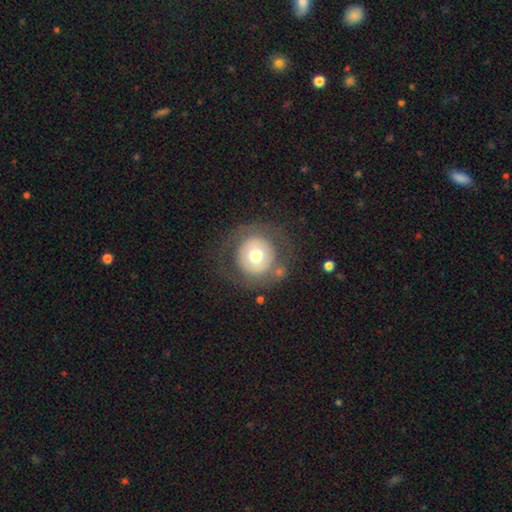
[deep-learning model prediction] Smooth or featured: smooth — 58% (featured or disk — 33%)
How rounded: round — 94% (in between — 5%)
Merging: none — 74% (minor disturbance — 11%)